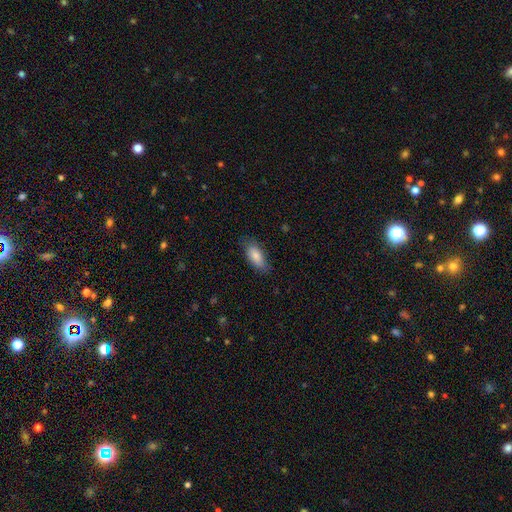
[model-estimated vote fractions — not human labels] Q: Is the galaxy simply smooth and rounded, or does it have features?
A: smooth — 83%.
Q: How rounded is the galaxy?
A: in between — 85%.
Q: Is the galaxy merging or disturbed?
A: none — 74%.